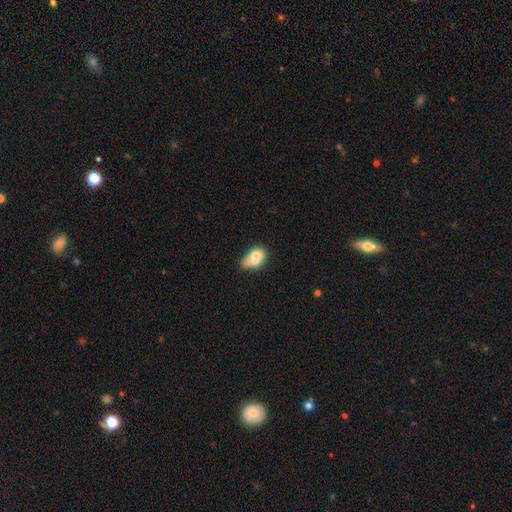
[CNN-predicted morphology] smooth-or-featured: smooth: 62% | featured or disk: 28% | star or artifact: 10%
  how-rounded: in between: 73% | round: 24% | cigar-shaped: 3%
  merging: merger: 52% | none: 24% | minor disturbance: 15% | major disturbance: 9%